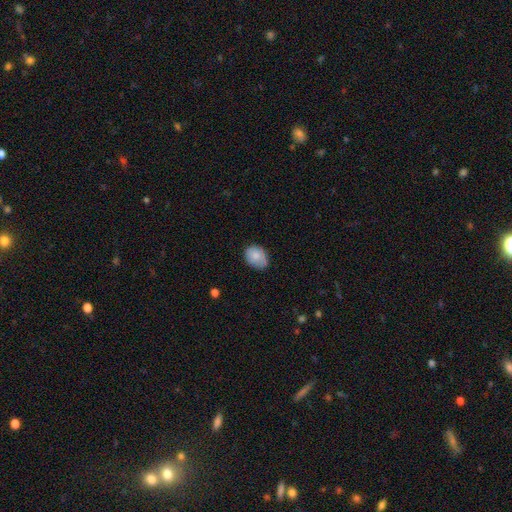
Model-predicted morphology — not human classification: A smooth galaxy with no disk features (78%) that is in between round and cigar-shaped (64%).

Vote fractions:
- Smooth or featured? smooth: 78% / featured or disk: 14% / star or artifact: 7%
- How rounded? in between: 64% / round: 35% / cigar-shaped: 1%
- Merging? none: 62% / minor disturbance: 30% / major disturbance: 6% / merger: 2%